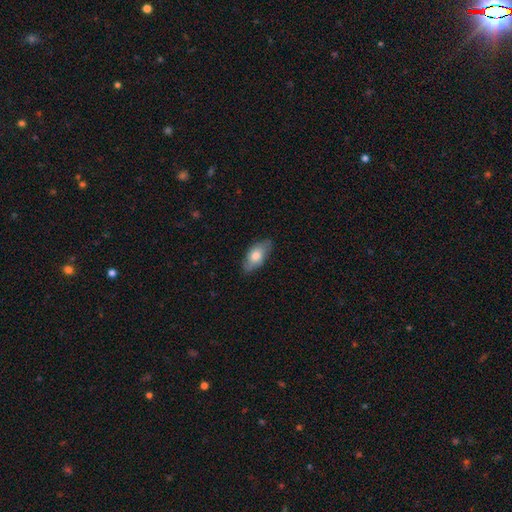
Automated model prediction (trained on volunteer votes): smooth_or_featured: smooth (p=0.72) [alt: featured or disk p=0.22]
how_rounded: in between (p=0.90) [alt: cigar-shaped p=0.07]
merging: none (p=0.79) [alt: minor disturbance p=0.17]